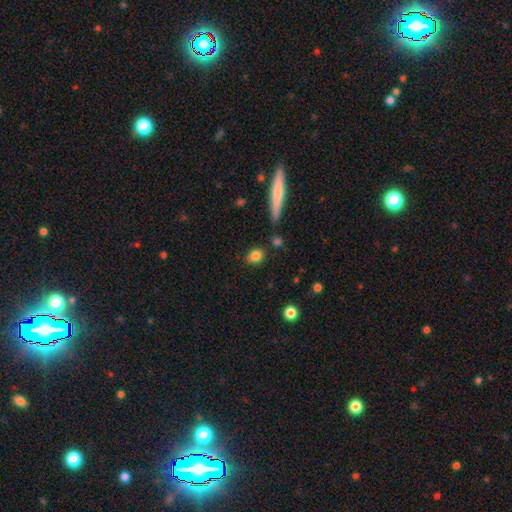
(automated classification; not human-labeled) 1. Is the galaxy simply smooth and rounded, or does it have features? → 84% smooth, 9% star or artifact, 7% featured or disk.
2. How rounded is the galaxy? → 61% round, 34% in between, 5% cigar-shaped.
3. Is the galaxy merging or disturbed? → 83% none, 10% minor disturbance, 4% merger, 3% major disturbance.